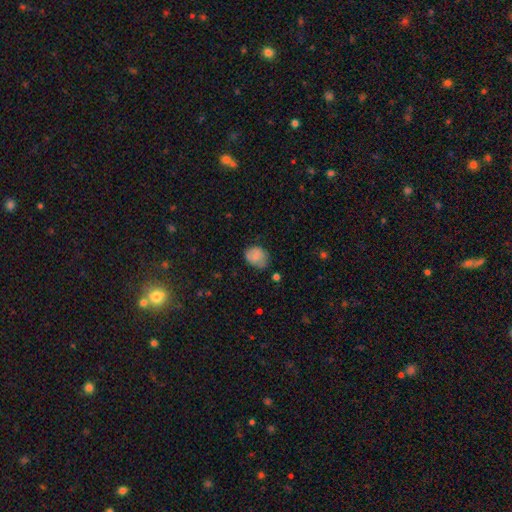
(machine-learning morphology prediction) Smooth or featured: smooth — 69% (featured or disk — 22%)
How rounded: in between — 52% (round — 47%)
Merging: none — 58% (minor disturbance — 30%)